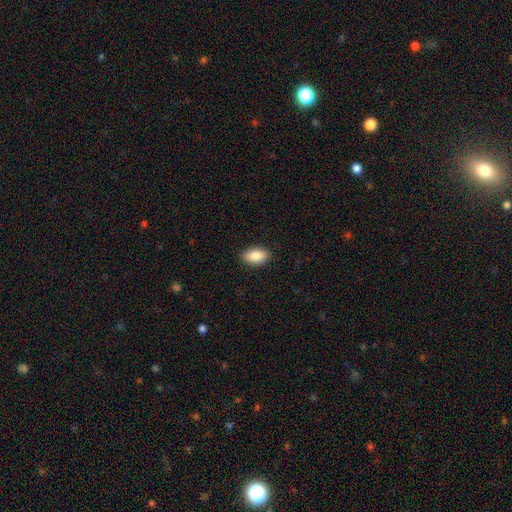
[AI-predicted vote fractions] Q: Smooth or featured?
A: smooth (86%); runner-up: featured or disk (7%)
Q: How rounded?
A: in between (92%); runner-up: round (5%)
Q: Merging?
A: none (90%); runner-up: minor disturbance (8%)